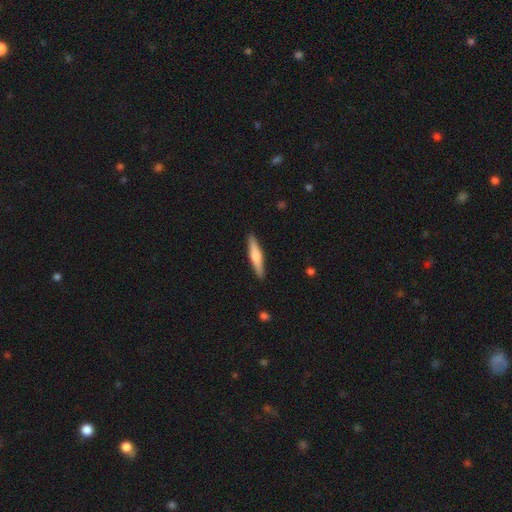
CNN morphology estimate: Smooth or featured? smooth (55%)
How rounded? cigar-shaped (88%)
Merging? none (90%)